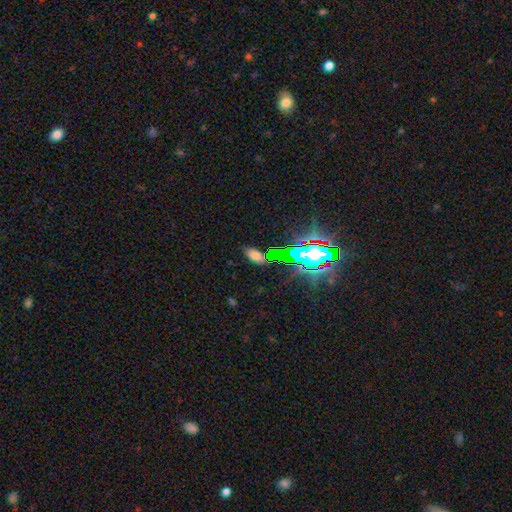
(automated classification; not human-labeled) Overall: smooth (62%; star or artifact 27%). How rounded: in between (86%). Merging: none (78%).